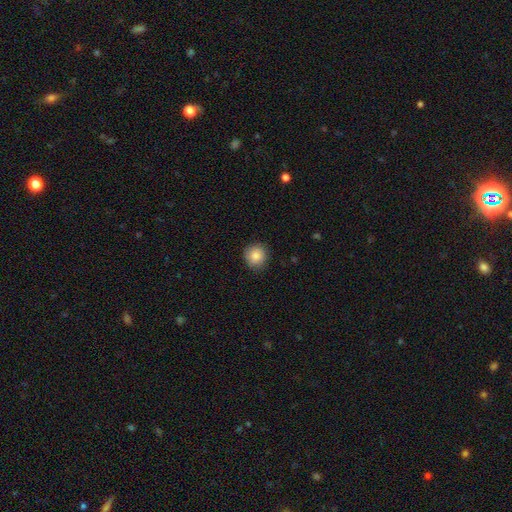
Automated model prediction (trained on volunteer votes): This appears to be a smooth galaxy with no disk features (86%) that is round (90%). Merging: none (87%).